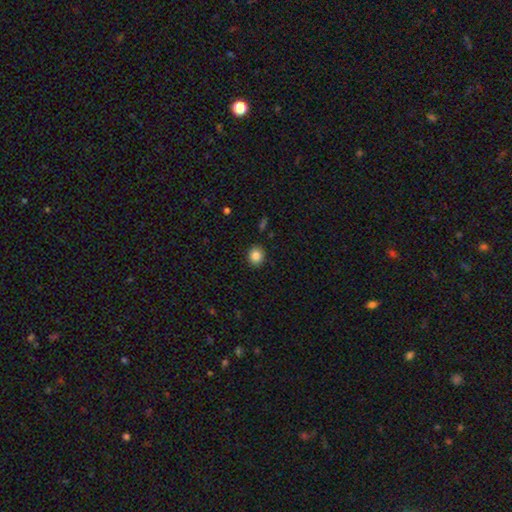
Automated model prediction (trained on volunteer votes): This appears to be a smooth galaxy with no disk features (85%) that is round (78%). Merging: none (90%).